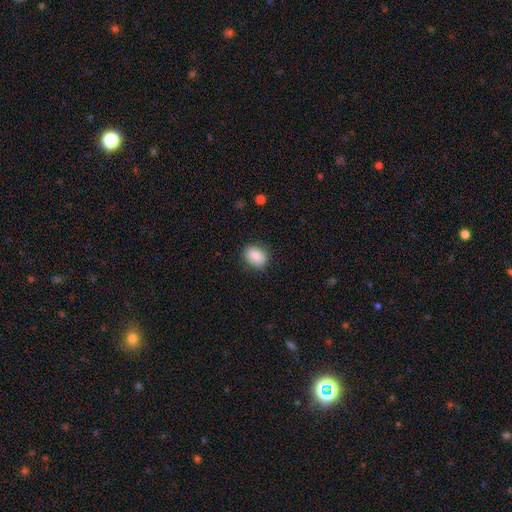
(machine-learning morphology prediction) Smooth or featured?
  - smooth: 85% *
  - star or artifact: 8%
  - featured or disk: 8%
How rounded?
  - in between: 60% *
  - round: 39%
  - cigar-shaped: 1%
Merging?
  - none: 84% *
  - minor disturbance: 12%
  - major disturbance: 3%
  - merger: 1%